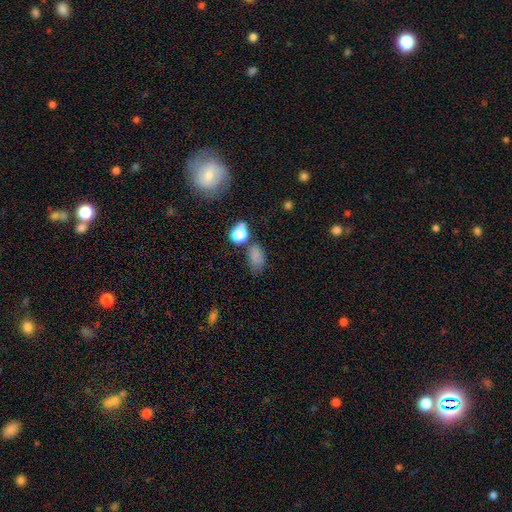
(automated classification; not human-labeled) Overall: smooth (78%). How rounded: in between (80%). Merging: none (50%; minor disturbance 23%).